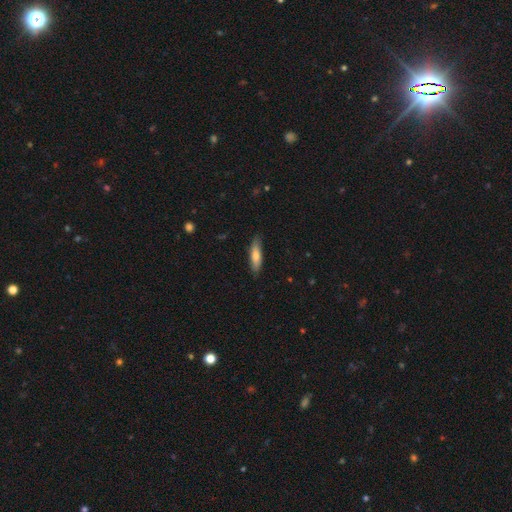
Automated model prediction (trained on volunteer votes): smooth_or_featured: smooth (p=0.70) [alt: featured or disk p=0.24]
how_rounded: cigar-shaped (p=0.70) [alt: in between p=0.29]
merging: none (p=0.85) [alt: minor disturbance p=0.12]